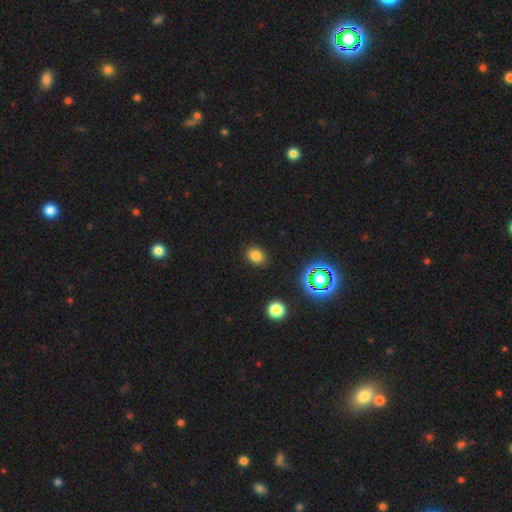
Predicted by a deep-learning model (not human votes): This appears to be a smooth galaxy with no disk features (78%) that is in between round and cigar-shaped (53%). Merging: none (88%).